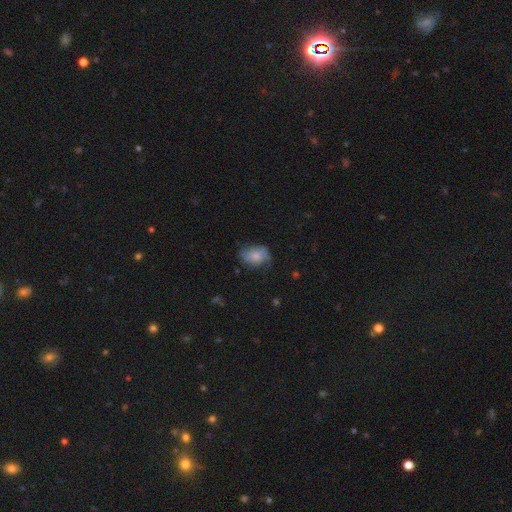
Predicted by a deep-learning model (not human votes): Smooth or featured? smooth (66%)
How rounded? in between (77%)
Merging? none (54%)